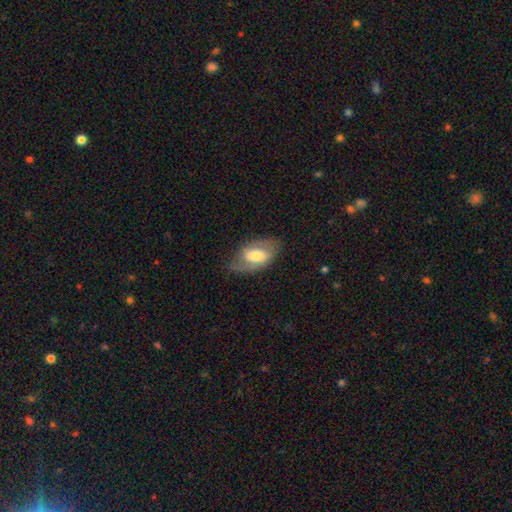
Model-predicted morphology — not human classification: The model was most divided on "smooth or featured": smooth: 52%, featured or disk: 41%, star or artifact: 7%. More confident: how rounded — in between (91%); merging — none (67%).